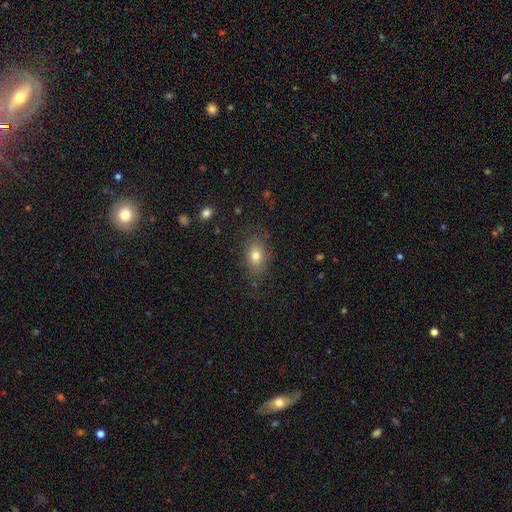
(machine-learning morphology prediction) This is likely a smooth galaxy (77%). How rounded: clearly in between (80%). Merging: likely none (79%).